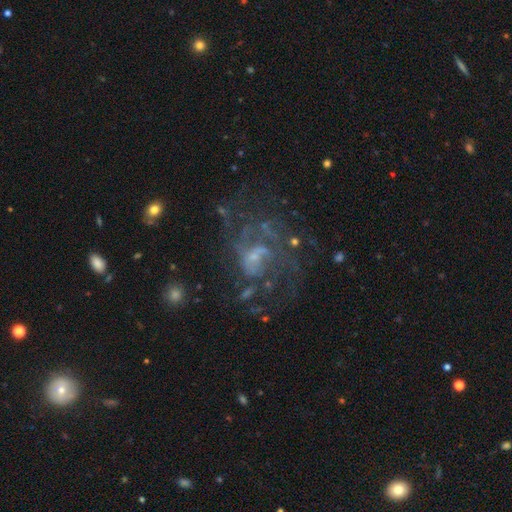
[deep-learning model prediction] featured or disk 72%, star or artifact 17%, smooth 11%. Down the decision tree: edge-on disk — no (97%); bar — no (60%); spiral arms — yes (72%); spiral arm count — can't tell (45%); spiral winding — medium (42%); bulge size — small (54%); merging — none (51%).